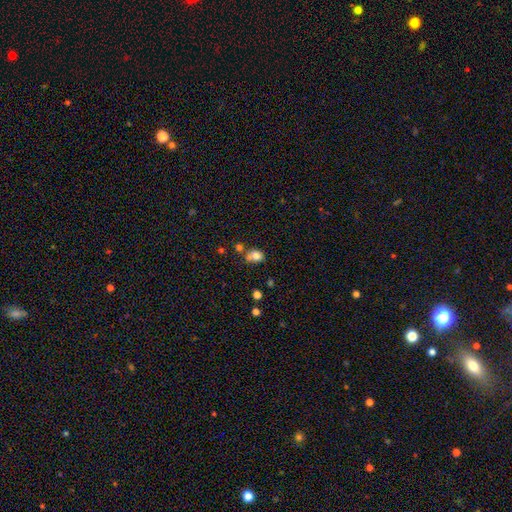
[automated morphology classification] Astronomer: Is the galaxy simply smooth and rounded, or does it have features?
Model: smooth — 78%.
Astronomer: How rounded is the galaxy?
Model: in between — 54% (runner-up: round, 45%).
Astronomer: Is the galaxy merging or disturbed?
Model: none — 45% (runner-up: merger, 30%).